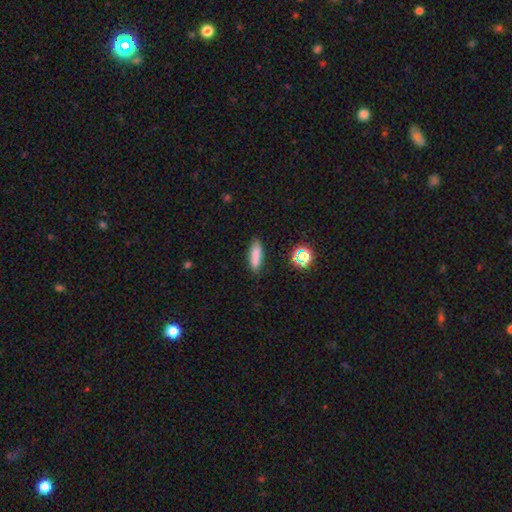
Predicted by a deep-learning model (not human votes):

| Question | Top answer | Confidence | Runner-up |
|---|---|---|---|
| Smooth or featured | smooth | 80% | star or artifact (11%) |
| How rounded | cigar-shaped | 55% | in between (42%) |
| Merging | none | 81% | minor disturbance (13%) |